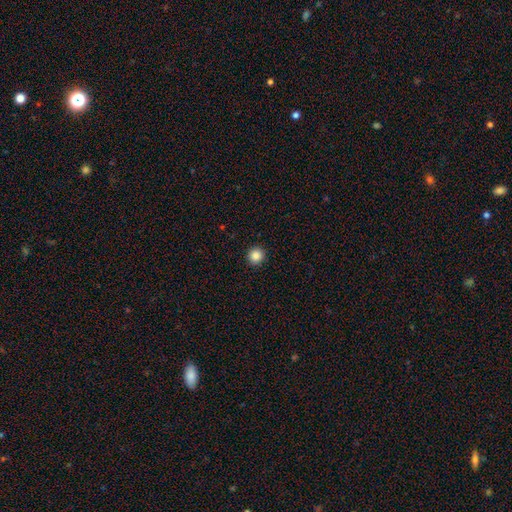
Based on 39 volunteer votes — A smooth galaxy with no disk features (92%) that is round (97%).

Vote fractions:
- Smooth or featured? smooth: 92% / star or artifact: 8% / featured or disk: 0%
- How rounded? round: 97% / in between: 3% / cigar-shaped: 0%
- Merging? none: 92% / minor disturbance: 8% / major disturbance: 0% / merger: 0%